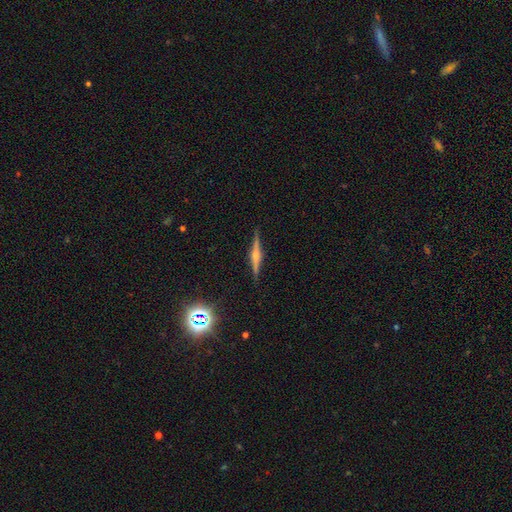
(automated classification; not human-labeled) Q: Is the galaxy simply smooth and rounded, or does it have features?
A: featured or disk — 75%.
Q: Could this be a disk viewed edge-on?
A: yes — 98%.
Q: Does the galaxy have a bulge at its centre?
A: rounded — 78%.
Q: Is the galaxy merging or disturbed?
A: none — 90%.